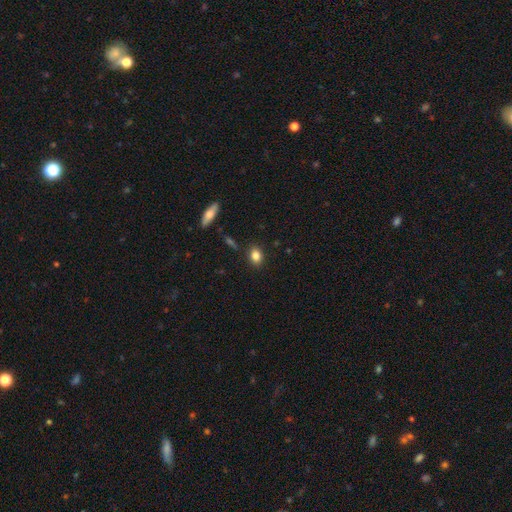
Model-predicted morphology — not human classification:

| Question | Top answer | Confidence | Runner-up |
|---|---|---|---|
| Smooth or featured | smooth | 83% | star or artifact (10%) |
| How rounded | in between | 66% | round (32%) |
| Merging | none | 85% | minor disturbance (11%) |